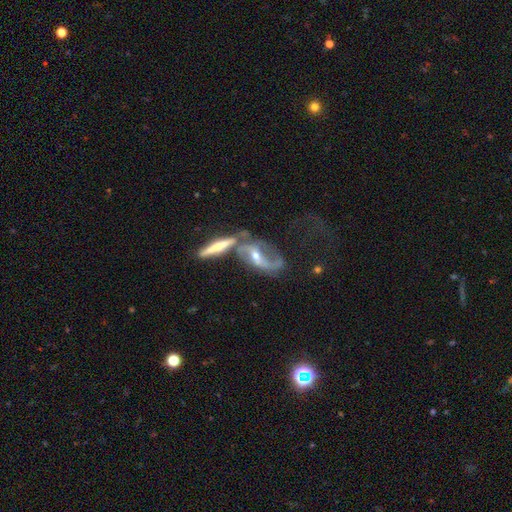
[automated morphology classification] smooth-or-featured: featured or disk: 79% | smooth: 14% | star or artifact: 8%
  disk-edge-on: no: 82% | yes: 18%
    bar: weak: 38% | no: 34% | strong: 28%
    has-spiral-arms: yes: 87% | no: 13%
      spiral-winding: loose: 53% | medium: 32% | tight: 14%
      spiral-arm-count: 2: 75% | can't tell: 12% | 1: 8% | 3: 2% | 4: 1% | more than 4: 1%
    bulge-size: moderate: 51% | small: 43% | large: 3% | none: 2% | dominant: 1%
  merging: merger: 41% | none: 28% | major disturbance: 17% | minor disturbance: 14%